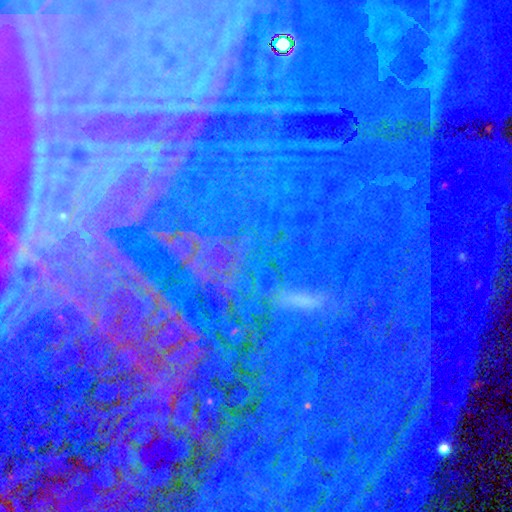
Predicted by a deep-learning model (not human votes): Smooth or featured? Predicted: star or artifact (p=0.84).